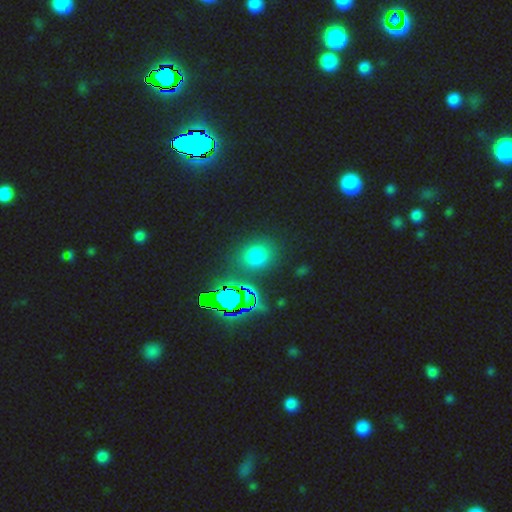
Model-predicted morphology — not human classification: smooth-or-featured: smooth: 60% | star or artifact: 32% | featured or disk: 7%
  how-rounded: round: 73% | in between: 25% | cigar-shaped: 2%
  merging: none: 86% | minor disturbance: 8% | major disturbance: 3% | merger: 3%